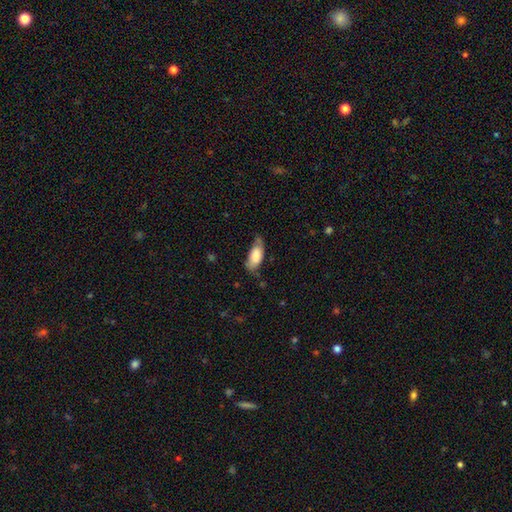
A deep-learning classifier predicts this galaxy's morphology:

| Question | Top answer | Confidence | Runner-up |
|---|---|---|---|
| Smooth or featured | smooth | 81% | featured or disk (13%) |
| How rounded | in between | 86% | cigar-shaped (11%) |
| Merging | none | 55% | minor disturbance (33%) |